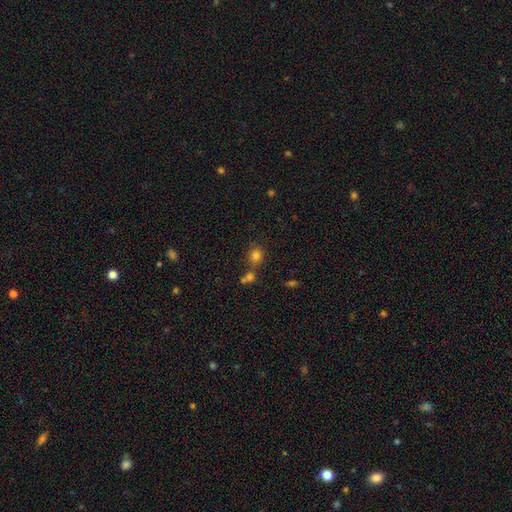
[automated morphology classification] Smooth or featured?
  - smooth: 79% *
  - star or artifact: 14%
  - featured or disk: 7%
How rounded?
  - round: 77% *
  - in between: 22%
  - cigar-shaped: 1%
Merging?
  - none: 59% *
  - merger: 27%
  - minor disturbance: 10%
  - major disturbance: 4%